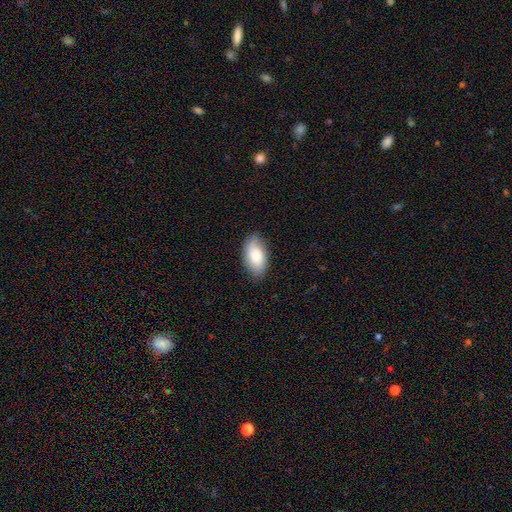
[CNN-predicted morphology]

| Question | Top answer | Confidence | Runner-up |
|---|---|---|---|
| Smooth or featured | smooth | 79% | featured or disk (15%) |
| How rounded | in between | 95% | round (3%) |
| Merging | none | 82% | minor disturbance (14%) |